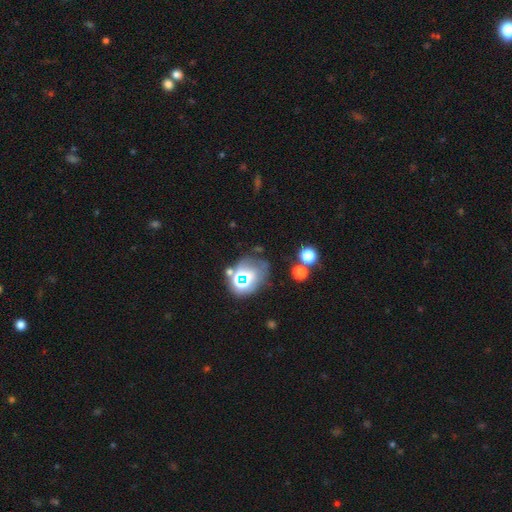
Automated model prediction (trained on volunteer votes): Smooth or featured?
  - star or artifact: 61% *
  - smooth: 24%
  - featured or disk: 15%